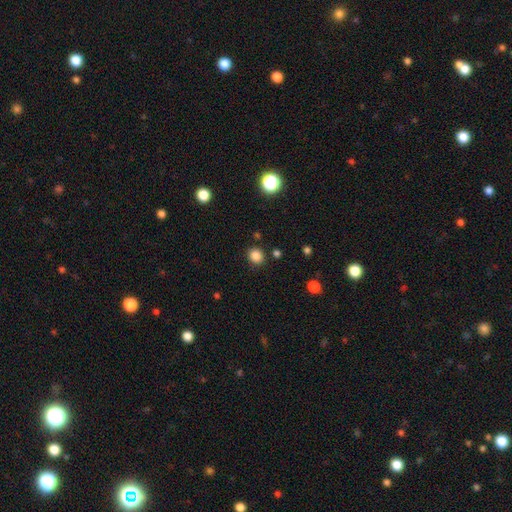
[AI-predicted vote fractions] Smooth or featured?
  - smooth: 84% *
  - star or artifact: 12%
  - featured or disk: 3%
How rounded?
  - round: 81% *
  - in between: 18%
  - cigar-shaped: 1%
Merging?
  - none: 87% *
  - minor disturbance: 8%
  - major disturbance: 3%
  - merger: 3%